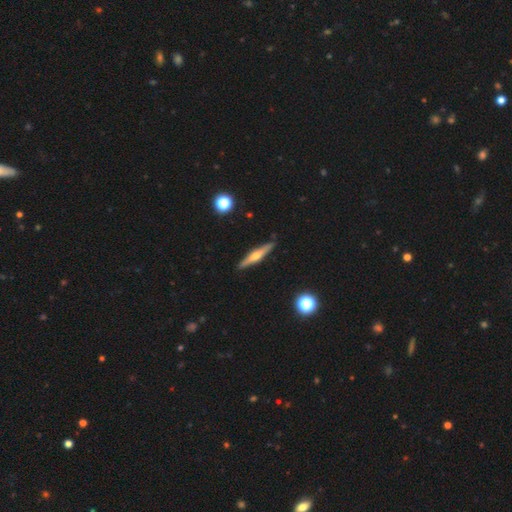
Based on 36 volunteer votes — Smooth or featured: featured or disk — 67% (smooth — 31%)
Edge-on disk: yes — 100%
Edge-on bulge: rounded — 92% (boxy — 8%)
Merging: none — 91% (minor disturbance — 9%)